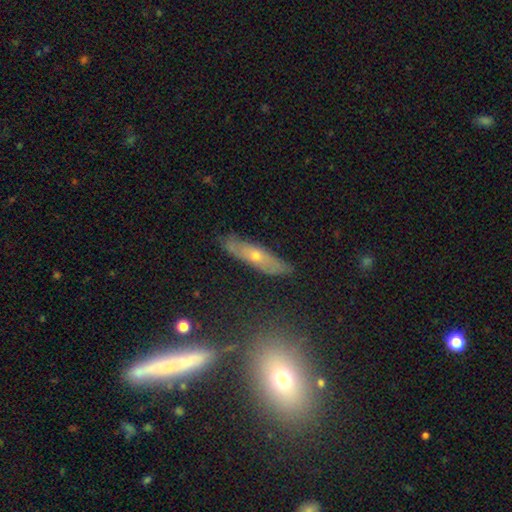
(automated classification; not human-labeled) Q: Smooth or featured?
A: featured or disk (50%); runner-up: smooth (42%)
Q: Merging?
A: none (79%); runner-up: minor disturbance (16%)